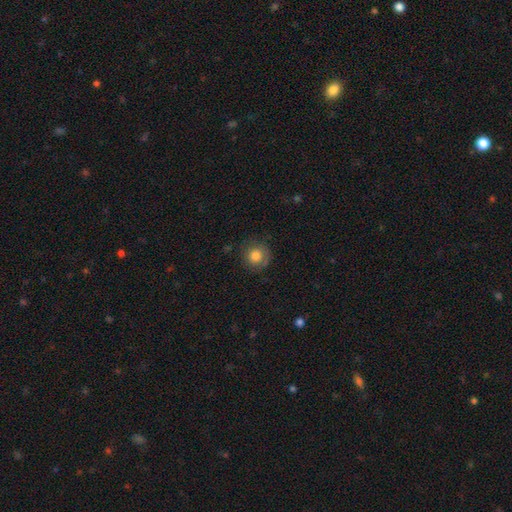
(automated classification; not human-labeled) This appears to be a smooth galaxy with no disk features (79%) that is round (92%). Merging: none (77%).